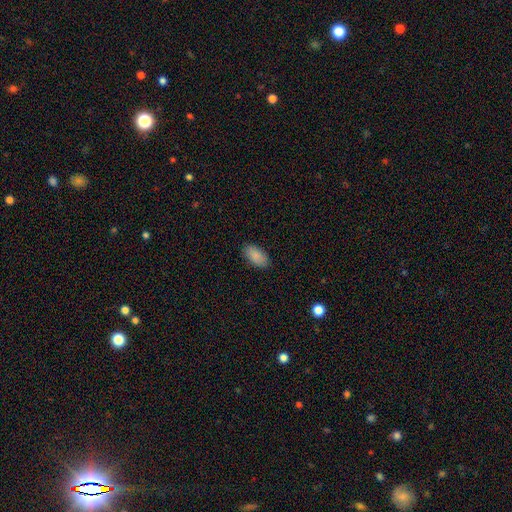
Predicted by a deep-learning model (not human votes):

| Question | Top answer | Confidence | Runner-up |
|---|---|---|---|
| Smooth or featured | smooth | 89% | star or artifact (7%) |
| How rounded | in between | 94% | cigar-shaped (4%) |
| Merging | none | 88% | minor disturbance (9%) |